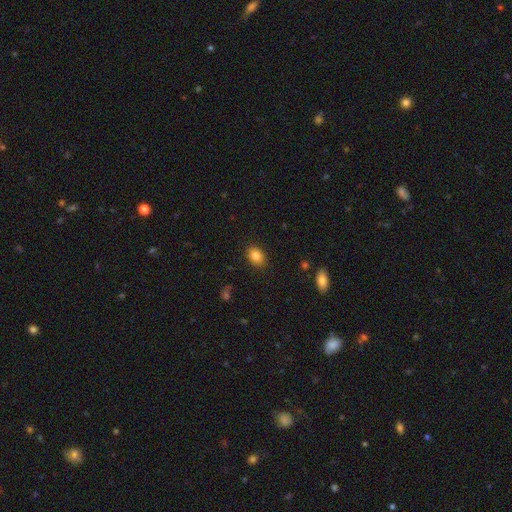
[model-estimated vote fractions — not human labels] Morphology: type=smooth (85%); roundness=in between (67%); merging=none (87%).